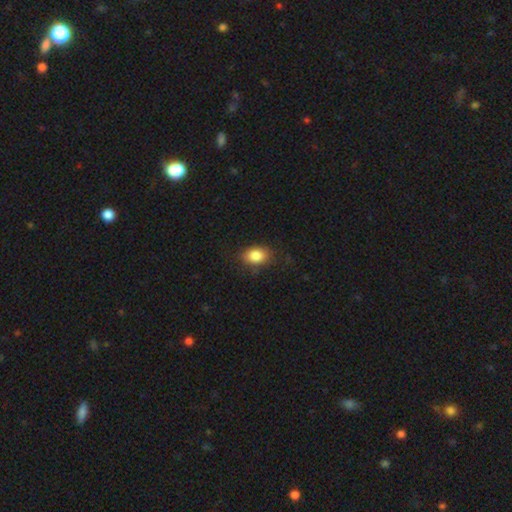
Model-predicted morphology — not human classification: Q: Smooth or featured?
A: smooth (84%); runner-up: star or artifact (9%)
Q: How rounded?
A: in between (74%); runner-up: round (24%)
Q: Merging?
A: none (78%); runner-up: minor disturbance (17%)